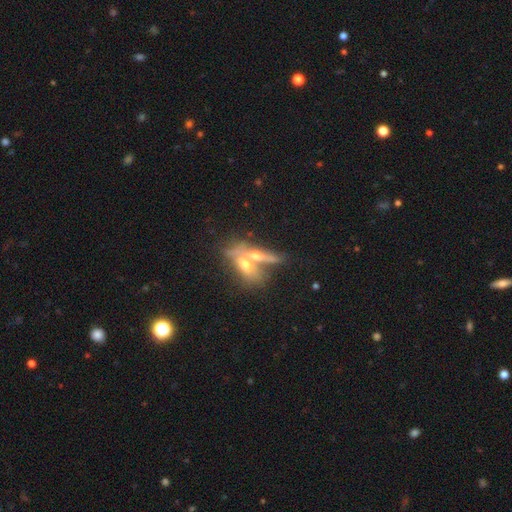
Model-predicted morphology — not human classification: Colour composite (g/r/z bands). It shows a featured or disk galaxy (49%). Merging: merger (62%).